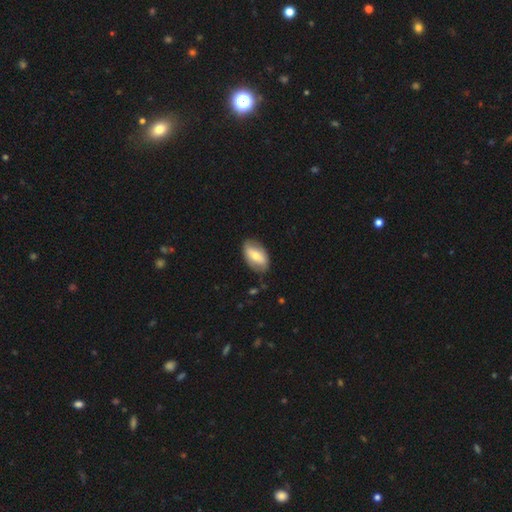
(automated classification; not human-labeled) smooth 56%, featured or disk 38%, star or artifact 6%. Down the decision tree: how rounded — in between (91%); merging — none (78%).